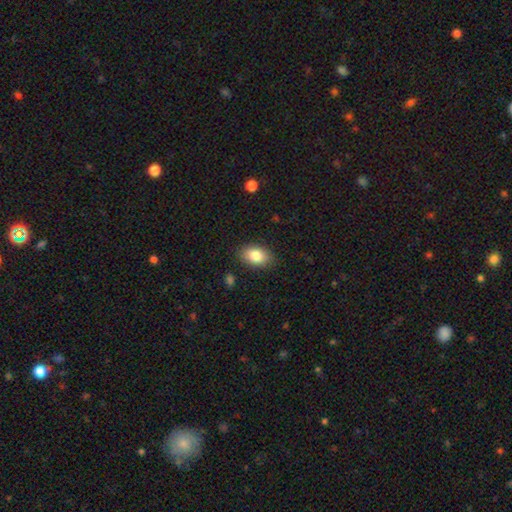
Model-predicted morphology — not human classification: Smooth or featured? smooth (85%)
How rounded? in between (88%)
Merging? none (86%)